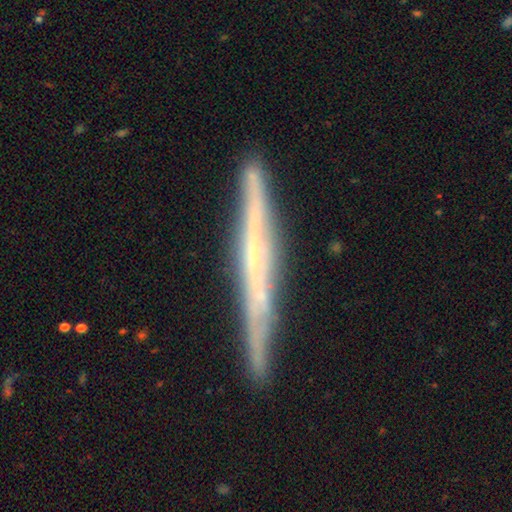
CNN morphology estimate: smooth-or-featured: featured or disk: 74% | smooth: 20% | star or artifact: 6%
  disk-edge-on: yes: 96% | no: 4%
    edge-on-bulge: none: 69% | rounded: 22% | boxy: 9%
  merging: none: 86% | minor disturbance: 11% | major disturbance: 2% | merger: 2%